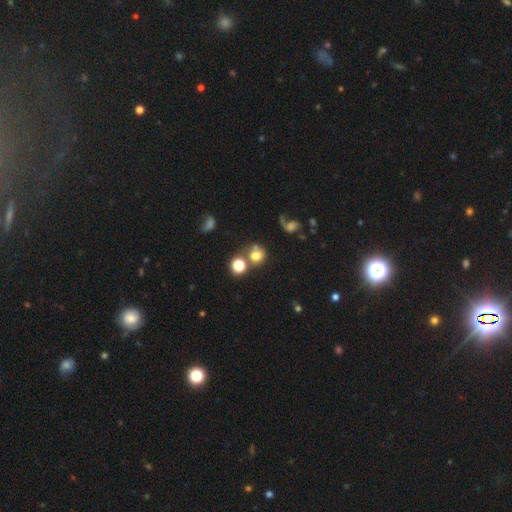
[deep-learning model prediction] Smooth or featured: smooth — 70% (star or artifact — 16%)
How rounded: round — 82% (in between — 16%)
Merging: none — 52% (merger — 27%)